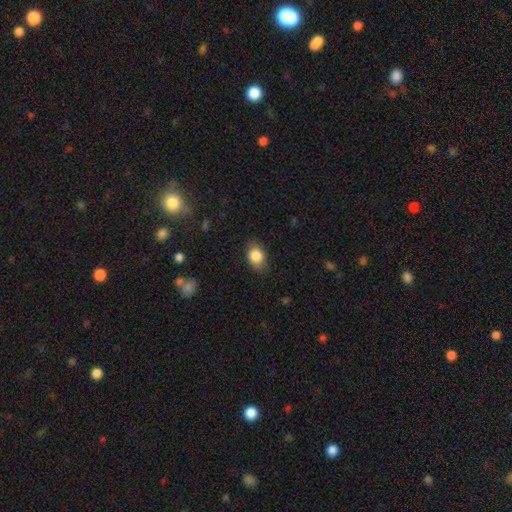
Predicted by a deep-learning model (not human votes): smooth 85%, star or artifact 8%, featured or disk 7%. Down the decision tree: how rounded — in between (73%); merging — none (78%).